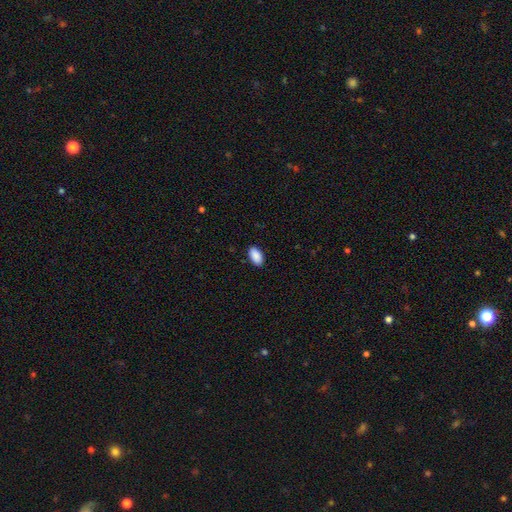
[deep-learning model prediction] Overall: smooth (90%). How rounded: in between (94%). Merging: none (88%).